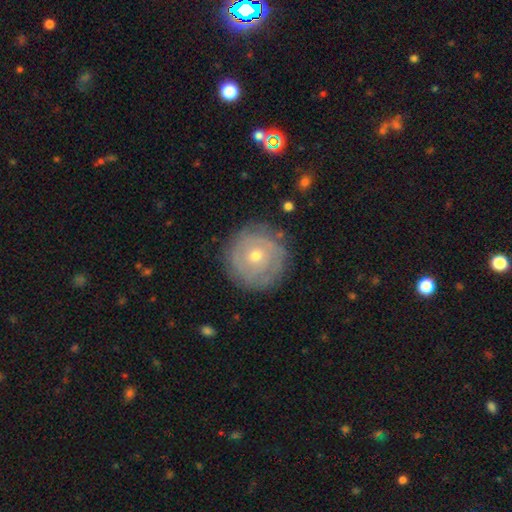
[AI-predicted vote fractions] featured or disk 64%, smooth 28%, star or artifact 7%. Down the decision tree: edge-on disk — no (97%); bar — no (82%); spiral arms — yes (70%); bulge size — small (58%); merging — none (84%).